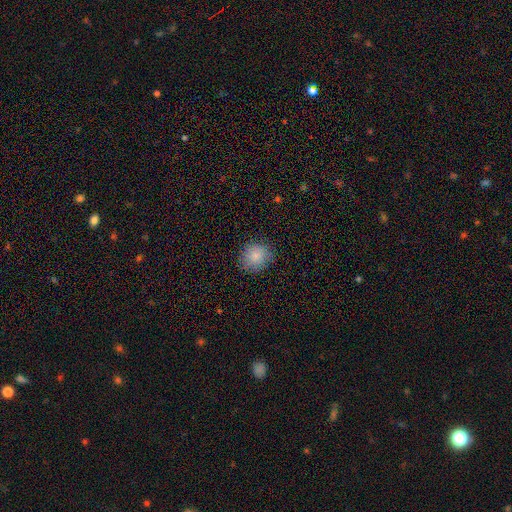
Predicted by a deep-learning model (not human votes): This appears to be a smooth galaxy with no disk features (86%) that is round (78%). Merging: none (83%).